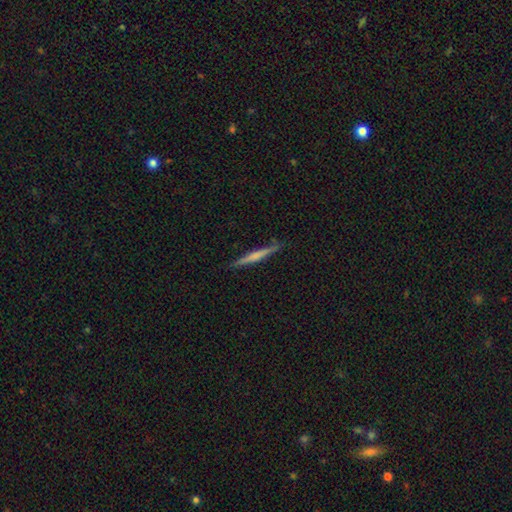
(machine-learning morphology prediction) Smooth or featured: featured or disk — 48% (smooth — 46%)
Merging: none — 88% (minor disturbance — 9%)